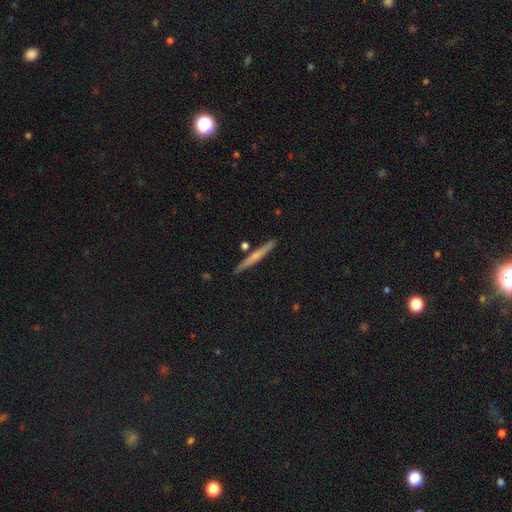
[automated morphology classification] Overall: smooth (48%; featured or disk 46%). Merging: none (87%).